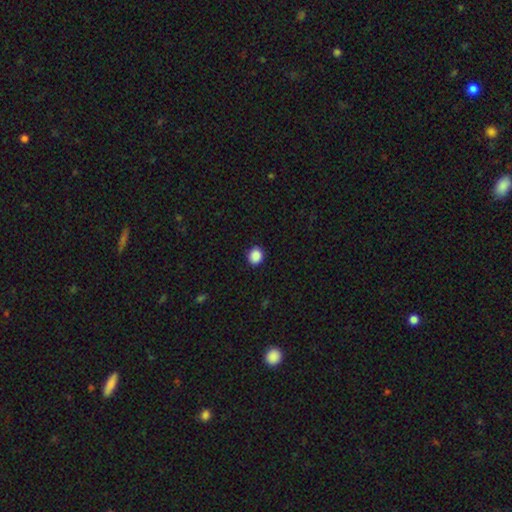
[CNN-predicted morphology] A smooth galaxy with no disk features (89%) that is round (75%). Merging: none (91%).